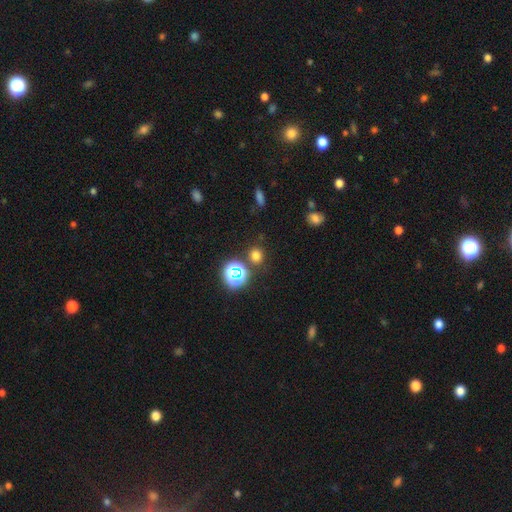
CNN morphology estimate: smooth_or_featured: smooth (p=0.69) [alt: star or artifact p=0.25]
how_rounded: round (p=0.80) [alt: in between p=0.18]
merging: none (p=0.82) [alt: minor disturbance p=0.09]